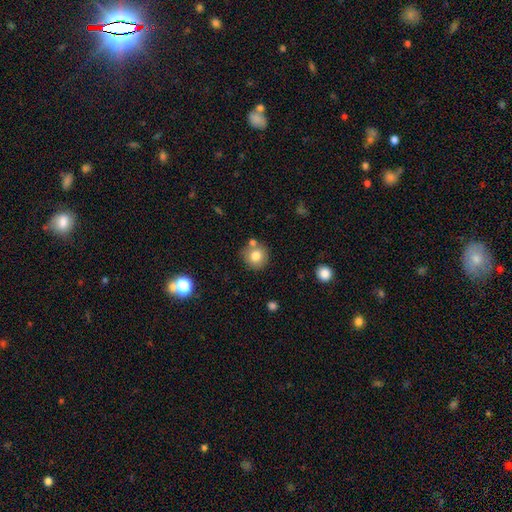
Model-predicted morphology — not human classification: This is likely a smooth galaxy (78%). How rounded: clearly round (92%). Merging: likely none (73%).